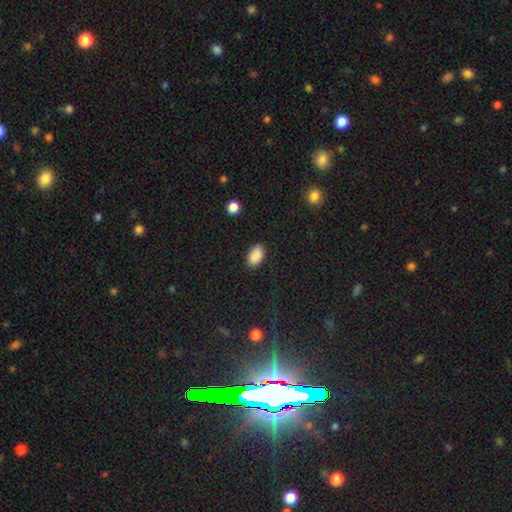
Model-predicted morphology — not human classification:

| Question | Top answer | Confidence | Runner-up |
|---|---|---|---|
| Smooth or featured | smooth | 89% | star or artifact (8%) |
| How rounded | in between | 93% | round (6%) |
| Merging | none | 87% | minor disturbance (9%) |